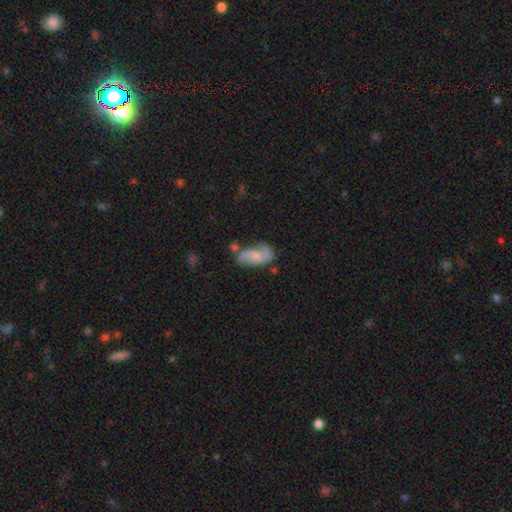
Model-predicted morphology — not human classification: This is likely a featured or disk galaxy (68%). It is clearly not viewed edge-on (96%). Bar: possibly no (55%). Spiral arm pattern: clearly yes (91%). Spiral arm count: clearly 2 (85%). Spiral winding: possibly loose (46%). Central bulge: possibly small (47%). Merging: possibly none (53%).